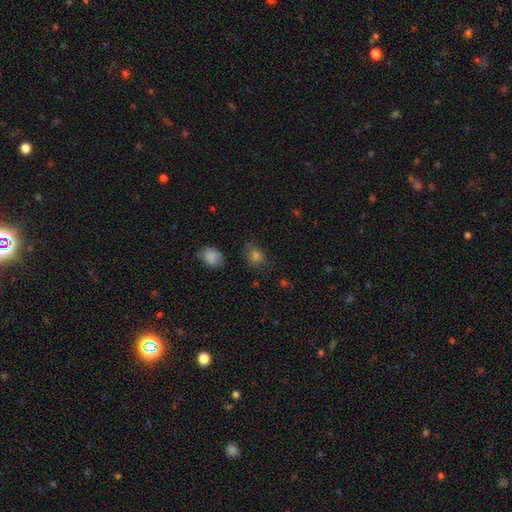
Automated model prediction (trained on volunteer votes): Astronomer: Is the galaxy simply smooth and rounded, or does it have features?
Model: smooth — 74%.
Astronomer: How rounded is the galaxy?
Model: round — 57% (runner-up: in between, 42%).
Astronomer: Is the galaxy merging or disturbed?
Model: none — 68%.